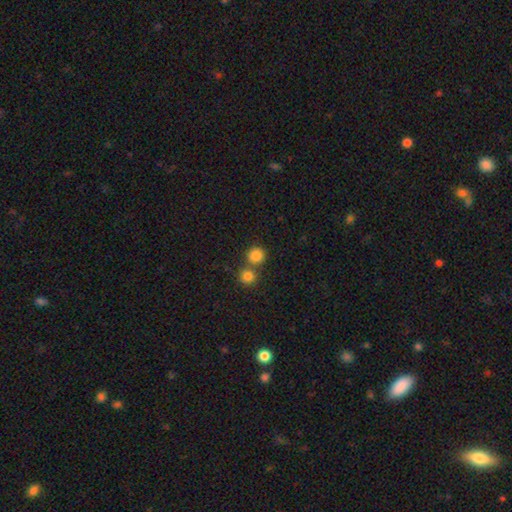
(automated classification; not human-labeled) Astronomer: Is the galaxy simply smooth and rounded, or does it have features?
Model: smooth — 83%.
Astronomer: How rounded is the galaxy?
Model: round — 91%.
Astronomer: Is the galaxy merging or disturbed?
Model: none — 64%.